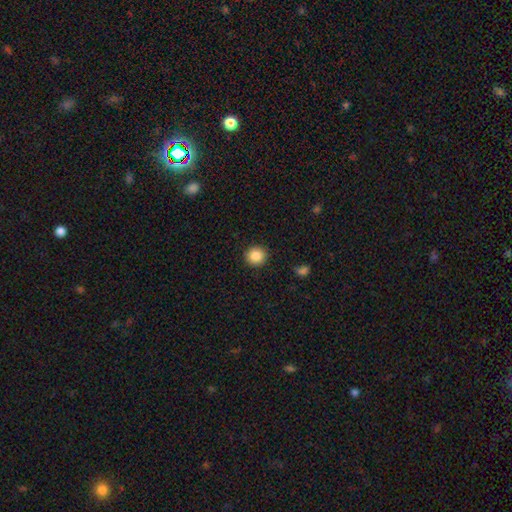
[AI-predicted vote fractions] Smooth or featured? Predicted: smooth (p=0.88). How rounded? Predicted: round (p=0.93). Merging? Predicted: none (p=0.91).